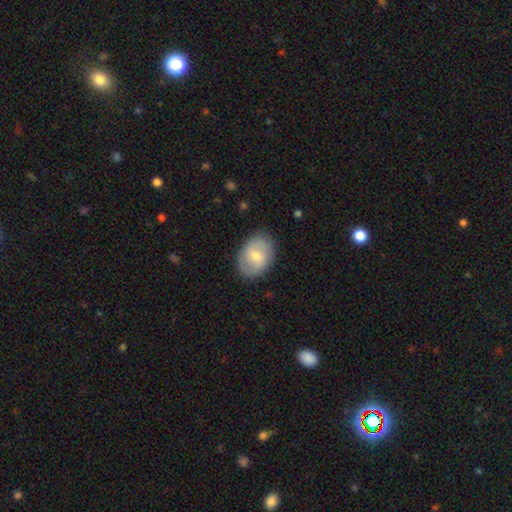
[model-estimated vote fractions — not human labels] Smooth or featured?
  - smooth: 60% *
  - featured or disk: 34%
  - star or artifact: 6%
How rounded?
  - in between: 77% *
  - round: 22%
  - cigar-shaped: 1%
Merging?
  - none: 84% *
  - minor disturbance: 12%
  - major disturbance: 3%
  - merger: 1%